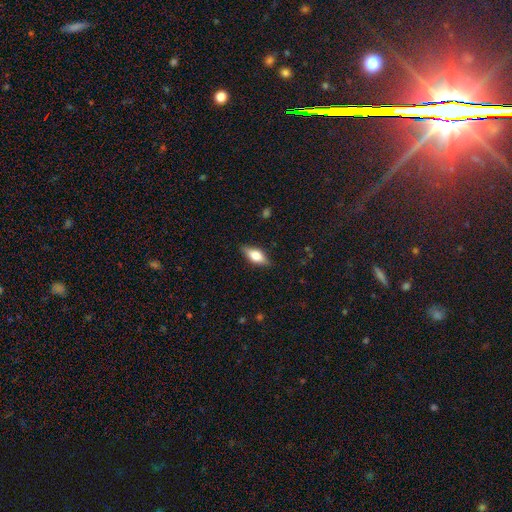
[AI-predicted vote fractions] Q: Smooth or featured?
A: smooth (59%); runner-up: featured or disk (34%)
Q: How rounded?
A: in between (75%); runner-up: cigar-shaped (21%)
Q: Merging?
A: none (86%); runner-up: minor disturbance (11%)